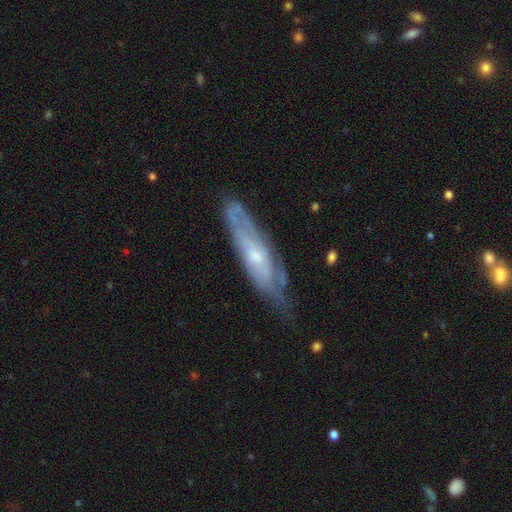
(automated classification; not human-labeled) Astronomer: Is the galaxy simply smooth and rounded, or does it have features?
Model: featured or disk — 68%.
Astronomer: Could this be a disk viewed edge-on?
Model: no — 62% (runner-up: yes, 38%).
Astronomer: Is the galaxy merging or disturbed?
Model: none — 58%.